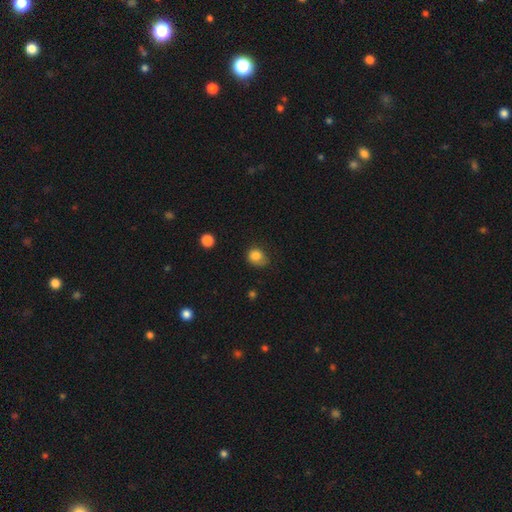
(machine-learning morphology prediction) smooth_or_featured: smooth (p=0.84) [alt: star or artifact p=0.10]
how_rounded: round (p=0.61) [alt: in between p=0.39]
merging: none (p=0.51) [alt: minor disturbance p=0.35]